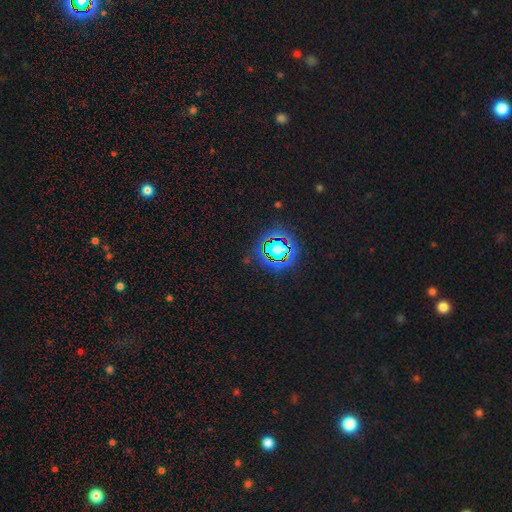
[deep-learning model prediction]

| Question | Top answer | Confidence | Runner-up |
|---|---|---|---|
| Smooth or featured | star or artifact | 81% | smooth (12%) |